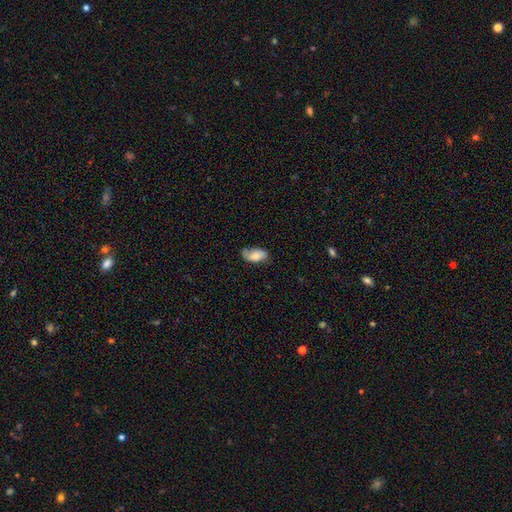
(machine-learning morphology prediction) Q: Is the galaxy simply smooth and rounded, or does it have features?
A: smooth — 67%.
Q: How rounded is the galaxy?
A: in between — 93%.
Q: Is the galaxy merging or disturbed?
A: none — 56%.